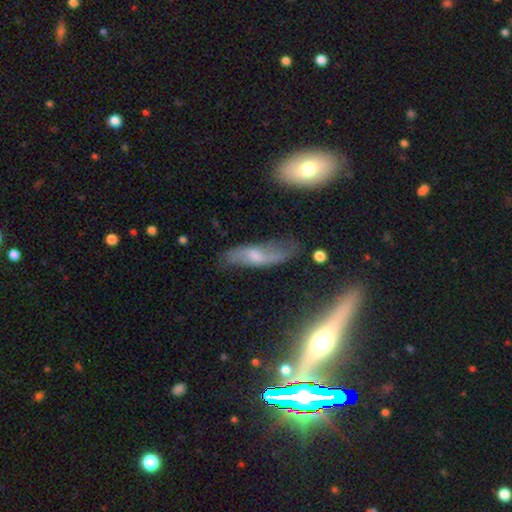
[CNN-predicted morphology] smooth-or-featured: featured or disk: 54% | smooth: 36% | star or artifact: 10%
  disk-edge-on: no: 74% | yes: 26%
  merging: none: 60% | minor disturbance: 25% | major disturbance: 11% | merger: 4%